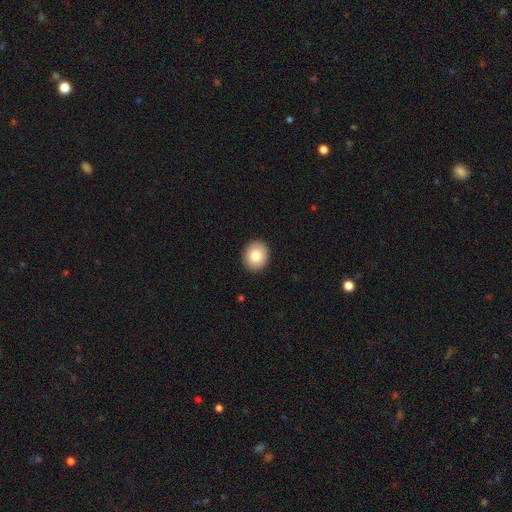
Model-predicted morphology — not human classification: smooth_or_featured: smooth (p=0.79) [alt: featured or disk p=0.12]
how_rounded: round (p=0.72) [alt: in between p=0.27]
merging: none (p=0.92) [alt: minor disturbance p=0.06]